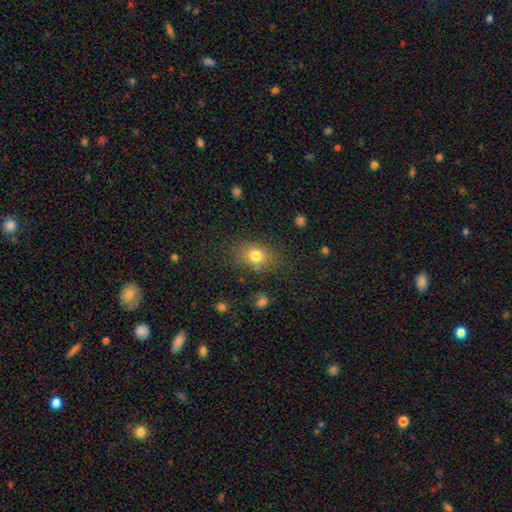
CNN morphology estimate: type=smooth (77%); roundness=in between (65%); merging=none (78%).